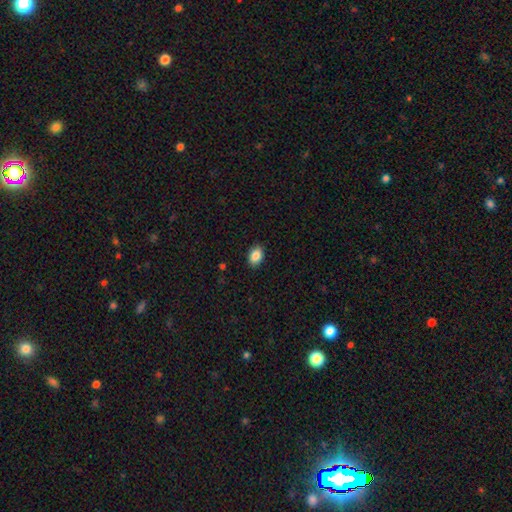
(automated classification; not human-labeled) A smooth galaxy with no disk features (87%) that is in between round and cigar-shaped (84%).

Vote fractions:
- Smooth or featured? smooth: 87% / star or artifact: 8% / featured or disk: 5%
- How rounded? in between: 84% / round: 15% / cigar-shaped: 1%
- Merging? none: 89% / minor disturbance: 8% / major disturbance: 2% / merger: 1%